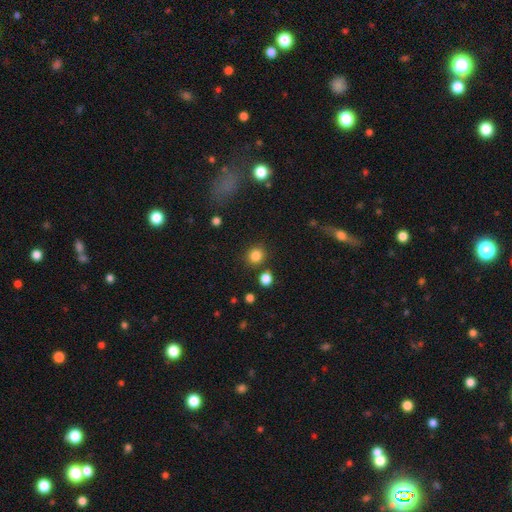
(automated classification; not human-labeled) Smooth or featured? Predicted: smooth (p=0.83). How rounded? Predicted: round (p=0.88). Merging? Predicted: none (p=0.83).